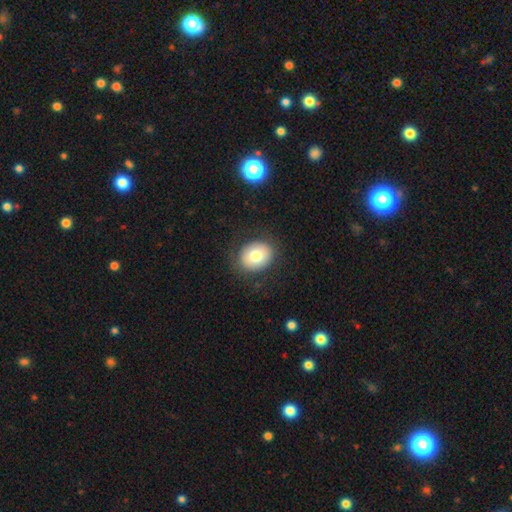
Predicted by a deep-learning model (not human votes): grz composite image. It shows a smooth galaxy with no disk features (77%) that is round (51%). Merging: none (83%).